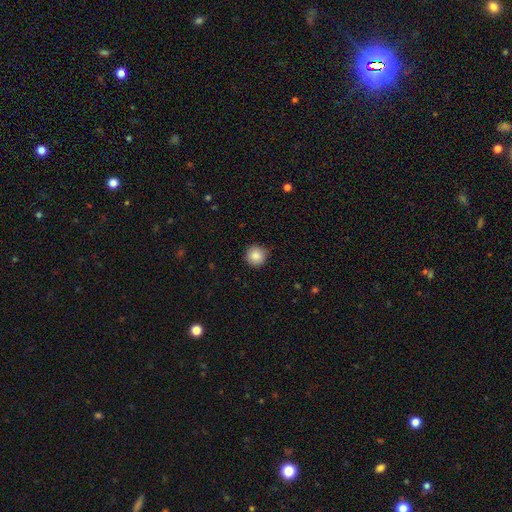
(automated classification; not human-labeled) Smooth or featured?
  - smooth: 87% *
  - star or artifact: 9%
  - featured or disk: 5%
How rounded?
  - round: 95% *
  - in between: 4%
  - cigar-shaped: 1%
Merging?
  - none: 88% *
  - minor disturbance: 9%
  - major disturbance: 2%
  - merger: 1%